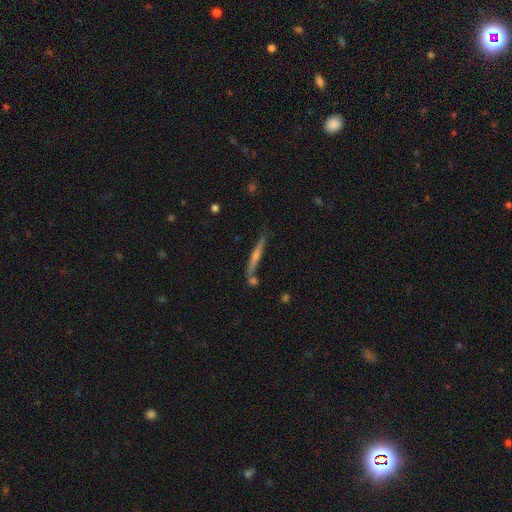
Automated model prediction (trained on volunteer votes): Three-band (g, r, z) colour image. It shows a featured or disk galaxy (62%) viewed edge-on (96%) with a rounded central bulge (60%). Merging: none (74%).